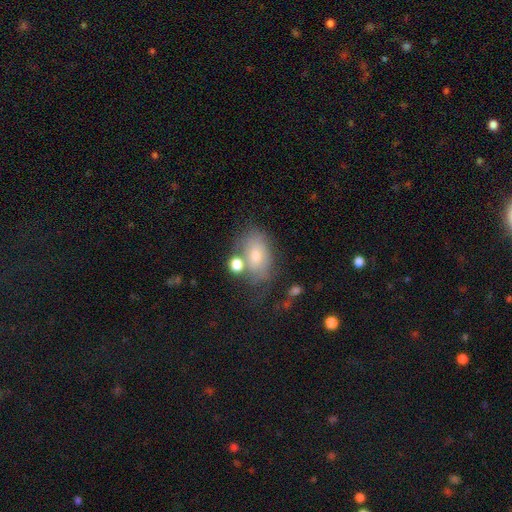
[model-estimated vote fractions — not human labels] This is likely a smooth galaxy (62%). How rounded: clearly in between (84%). Merging: possibly none (49%).